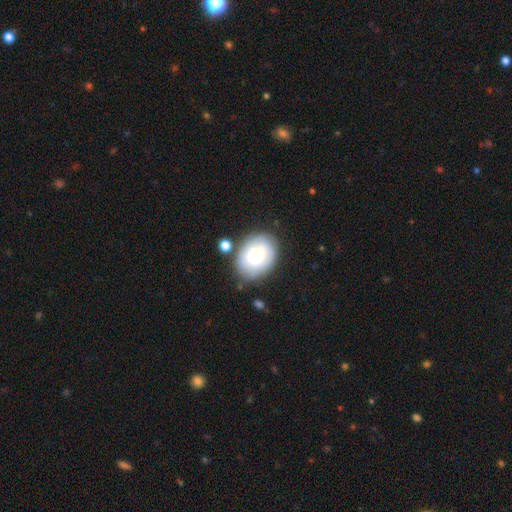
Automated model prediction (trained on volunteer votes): This is likely a smooth galaxy (72%). How rounded: likely in between (64%). Merging: likely none (73%).